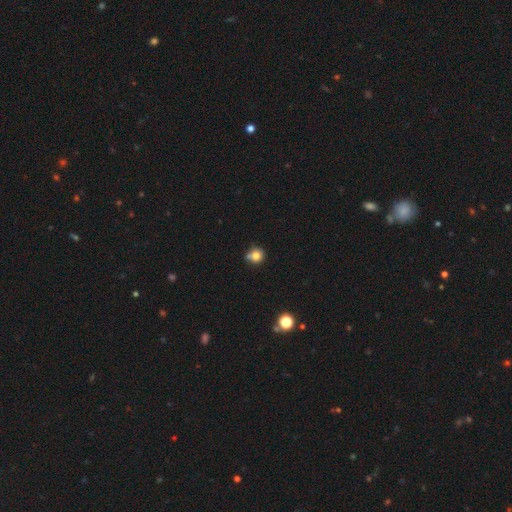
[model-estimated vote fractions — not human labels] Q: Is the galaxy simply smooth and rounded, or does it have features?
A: smooth — 78%.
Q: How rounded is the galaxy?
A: round — 86%.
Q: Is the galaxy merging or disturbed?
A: none — 58%.